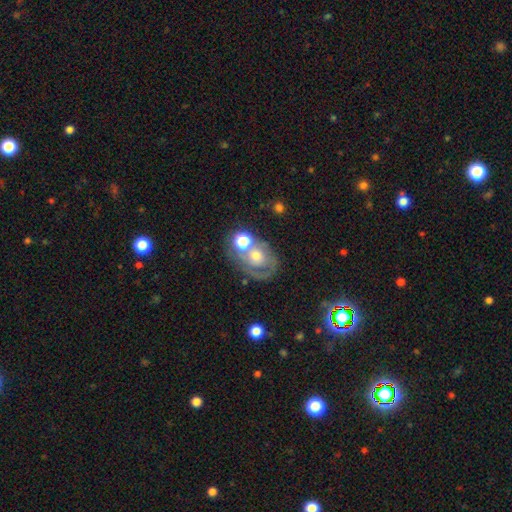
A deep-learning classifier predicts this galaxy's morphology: smooth-or-featured: featured or disk: 54% | smooth: 35% | star or artifact: 12%
  disk-edge-on: no: 96% | yes: 4%
    bar: no: 84% | weak: 12% | strong: 4%
    has-spiral-arms: no: 51% | yes: 49%
    bulge-size: moderate: 59% | small: 23% | large: 12% | none: 3% | dominant: 2%
  merging: none: 41% | merger: 29% | minor disturbance: 17% | major disturbance: 13%